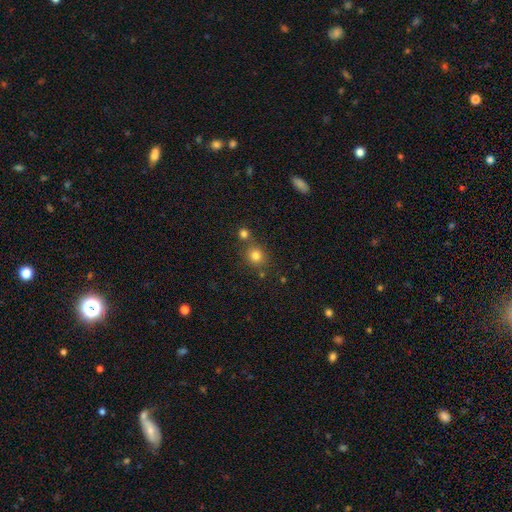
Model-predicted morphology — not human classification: Smooth or featured? Predicted: smooth (p=0.79). How rounded? Predicted: round (p=0.86). Merging? Predicted: none (p=0.70).